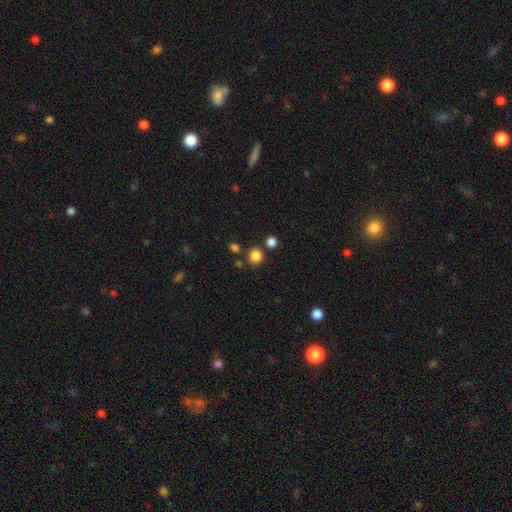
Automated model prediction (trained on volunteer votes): Q: Smooth or featured?
A: smooth (83%); runner-up: star or artifact (13%)
Q: How rounded?
A: round (84%); runner-up: in between (15%)
Q: Merging?
A: none (80%); runner-up: merger (9%)